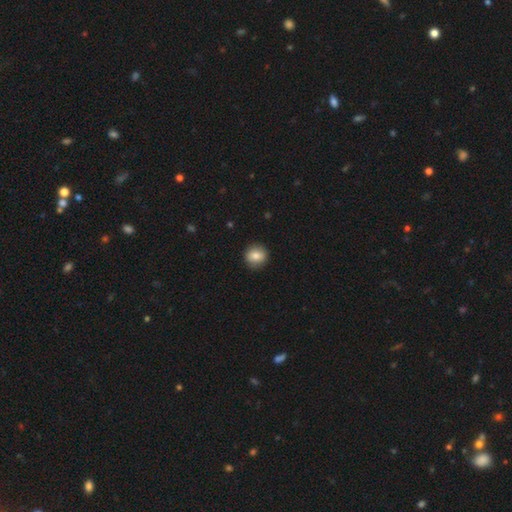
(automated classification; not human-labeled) Smooth or featured?
  - smooth: 82% *
  - featured or disk: 10%
  - star or artifact: 8%
How rounded?
  - round: 89% *
  - in between: 10%
  - cigar-shaped: 1%
Merging?
  - none: 90% *
  - minor disturbance: 7%
  - major disturbance: 2%
  - merger: 1%